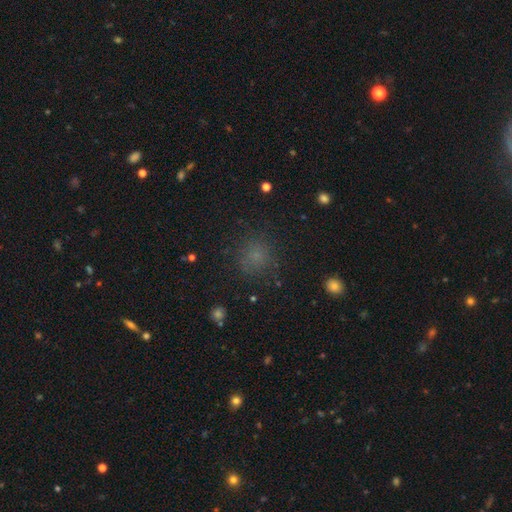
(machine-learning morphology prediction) smooth 69%, star or artifact 24%, featured or disk 7%. Down the decision tree: how rounded — round (89%); merging — none (82%).